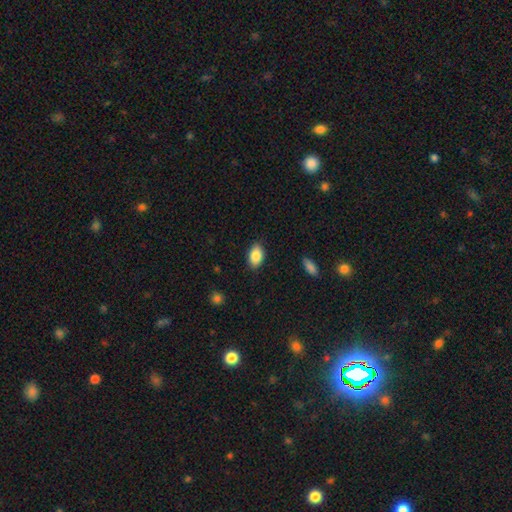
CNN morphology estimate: Smooth or featured?
  - smooth: 86% *
  - star or artifact: 7%
  - featured or disk: 6%
How rounded?
  - in between: 90% *
  - round: 8%
  - cigar-shaped: 2%
Merging?
  - none: 85% *
  - minor disturbance: 11%
  - major disturbance: 2%
  - merger: 1%